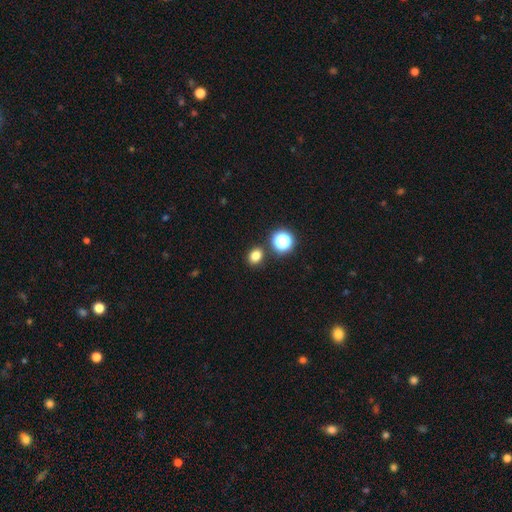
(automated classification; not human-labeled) Morphology: type=smooth (79%); roundness=round (54%); merging=none (85%).